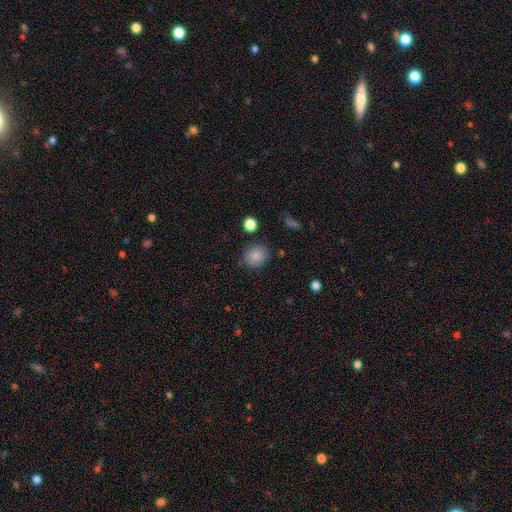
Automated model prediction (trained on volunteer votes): smooth-or-featured: smooth: 84% | star or artifact: 9% | featured or disk: 6%
  how-rounded: round: 70% | in between: 29% | cigar-shaped: 1%
  merging: none: 83% | minor disturbance: 11% | major disturbance: 3% | merger: 3%